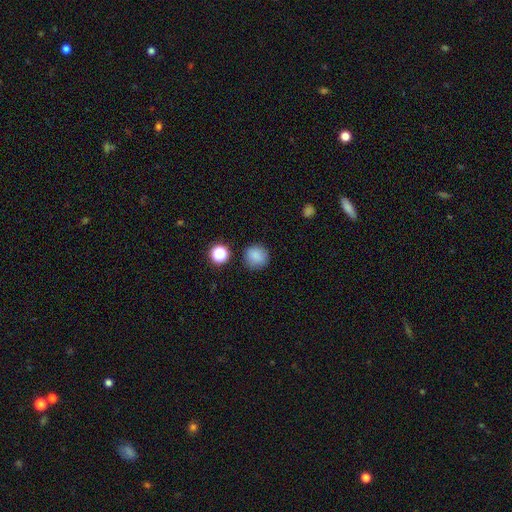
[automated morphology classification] Smooth or featured? smooth (83%)
How rounded? round (91%)
Merging? none (85%)